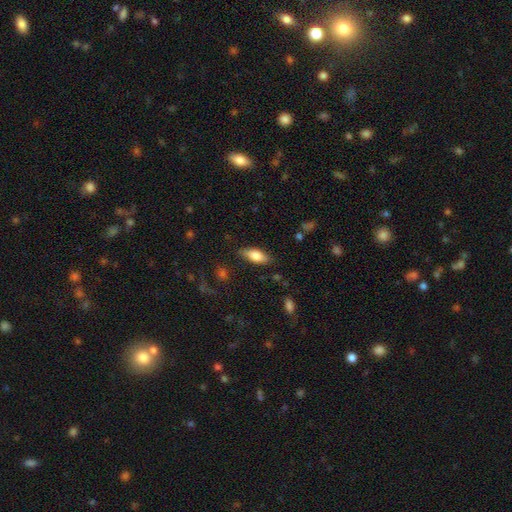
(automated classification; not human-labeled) A smooth galaxy with no disk features (74%) that is in between round and cigar-shaped (75%).

Vote fractions:
- Smooth or featured? smooth: 74% / featured or disk: 19% / star or artifact: 7%
- How rounded? in between: 75% / cigar-shaped: 23% / round: 2%
- Merging? none: 80% / minor disturbance: 15% / major disturbance: 4% / merger: 1%